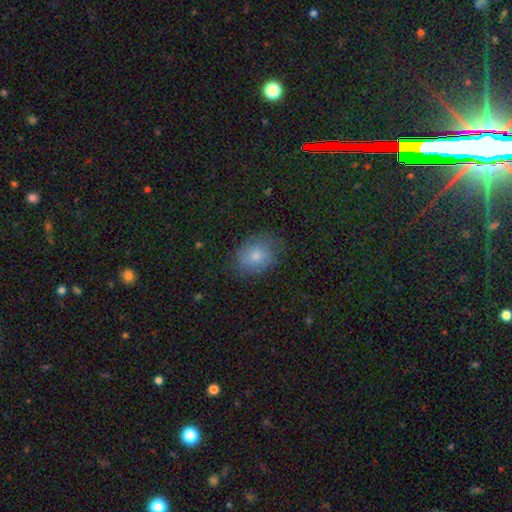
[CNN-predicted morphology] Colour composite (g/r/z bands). It shows a smooth galaxy with no disk features (63%) that is round (53%). Merging: none (74%).